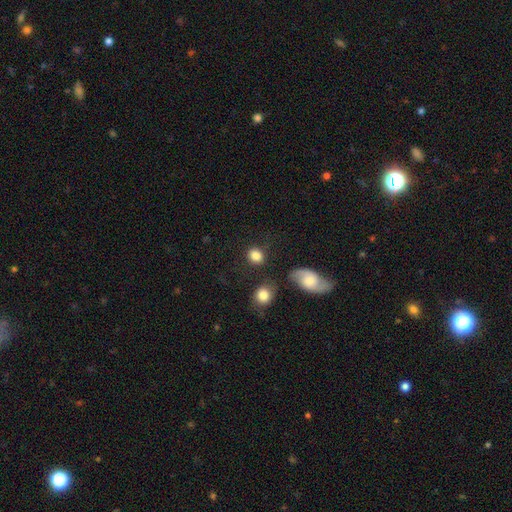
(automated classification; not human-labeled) Smooth or featured: smooth — 84% (star or artifact — 9%)
How rounded: round — 70% (in between — 28%)
Merging: none — 76% (minor disturbance — 11%)